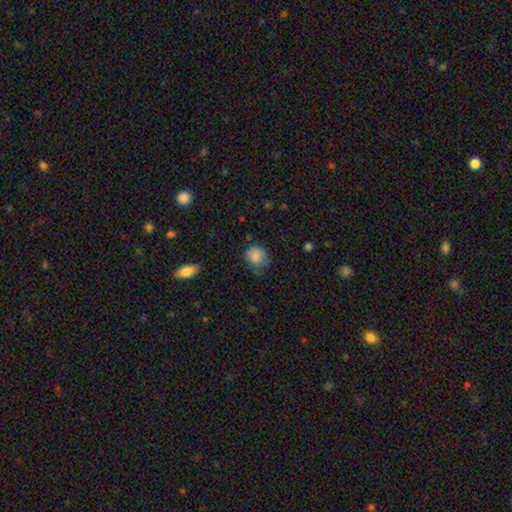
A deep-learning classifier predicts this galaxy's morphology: Smooth or featured?
  - smooth: 83% *
  - star or artifact: 9%
  - featured or disk: 8%
How rounded?
  - round: 75% *
  - in between: 24%
  - cigar-shaped: 1%
Merging?
  - none: 57% *
  - minor disturbance: 31%
  - major disturbance: 10%
  - merger: 2%